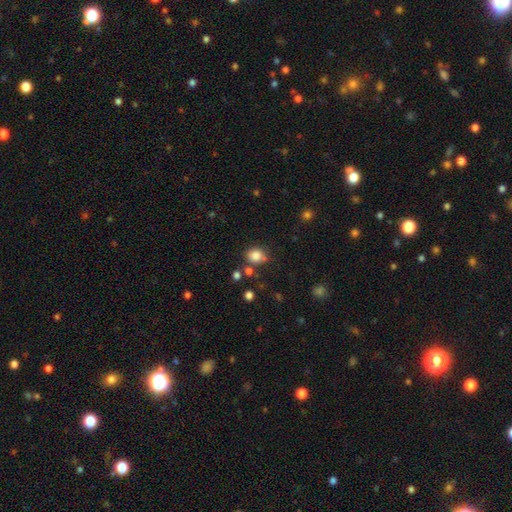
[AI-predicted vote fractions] Smooth or featured? Predicted: smooth (p=0.82). How rounded? Predicted: round (p=0.63). Merging? Predicted: none (p=0.64).